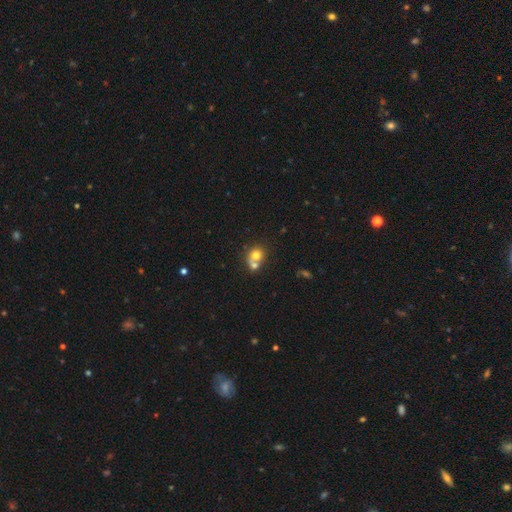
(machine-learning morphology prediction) Q: Smooth or featured?
A: smooth (71%); runner-up: featured or disk (18%)
Q: How rounded?
A: round (75%); runner-up: in between (24%)
Q: Merging?
A: merger (57%); runner-up: none (32%)